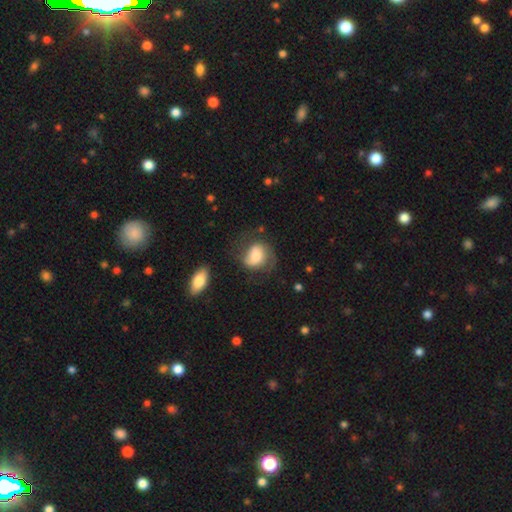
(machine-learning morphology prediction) smooth_or_featured: smooth (p=0.51) [alt: featured or disk p=0.41]
how_rounded: in between (p=0.51) [alt: round p=0.48]
merging: none (p=0.50) [alt: minor disturbance p=0.26]